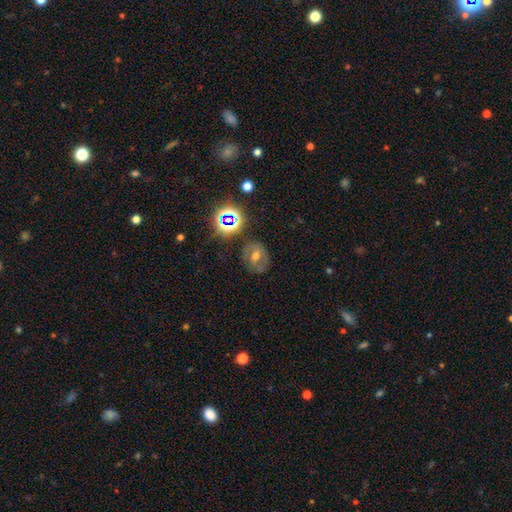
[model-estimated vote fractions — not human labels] Q: Smooth or featured?
A: featured or disk (44%); runner-up: smooth (33%)
Q: Merging?
A: none (74%); runner-up: minor disturbance (16%)